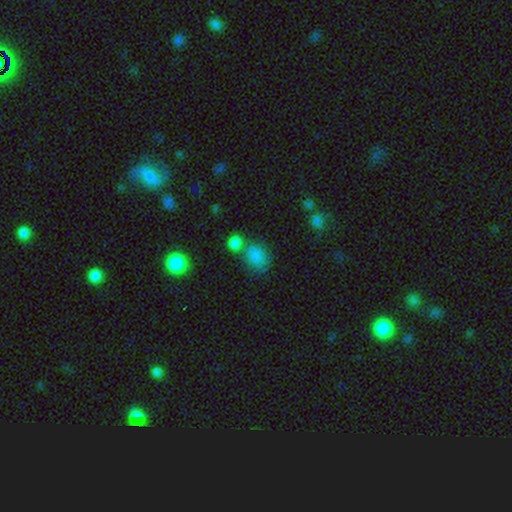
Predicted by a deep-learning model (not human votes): Smooth or featured: smooth — 82% (star or artifact — 12%)
How rounded: in between — 55% (round — 44%)
Merging: none — 51% (merger — 24%)